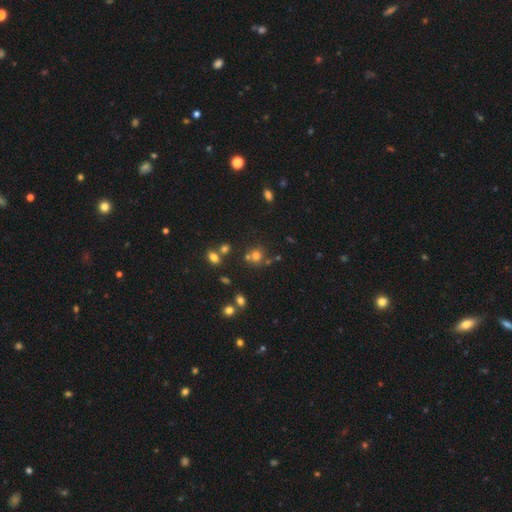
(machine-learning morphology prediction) Smooth or featured? Predicted: smooth (p=0.65). How rounded? Predicted: round (p=0.86). Merging? Predicted: none (p=0.60).